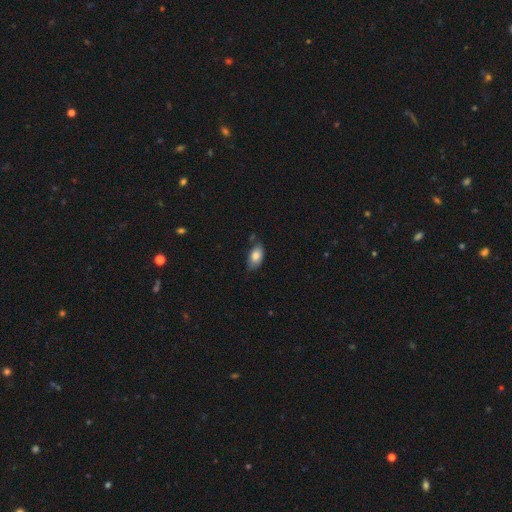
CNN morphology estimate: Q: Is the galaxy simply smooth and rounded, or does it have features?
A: smooth — 81%.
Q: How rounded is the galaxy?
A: in between — 92%.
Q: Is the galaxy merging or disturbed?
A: none — 66%.